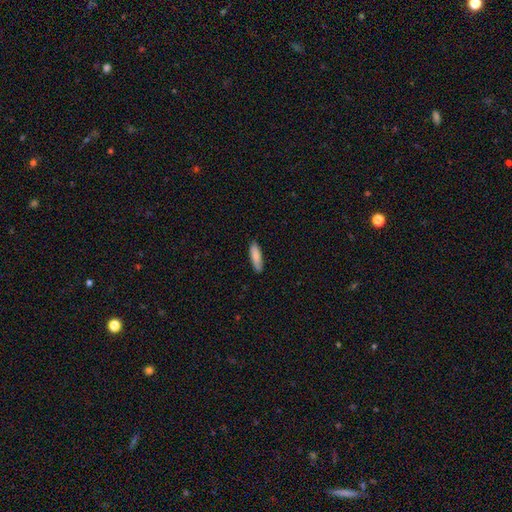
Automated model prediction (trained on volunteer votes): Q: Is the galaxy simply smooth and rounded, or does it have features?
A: smooth — 87%.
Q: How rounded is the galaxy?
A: cigar-shaped — 60%.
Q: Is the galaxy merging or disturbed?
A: none — 85%.